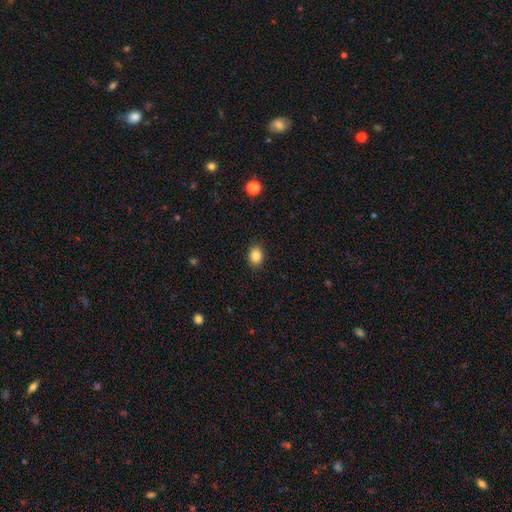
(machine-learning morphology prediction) This appears to be a smooth galaxy with no disk features (86%) that is in between round and cigar-shaped (57%). Merging: none (88%).